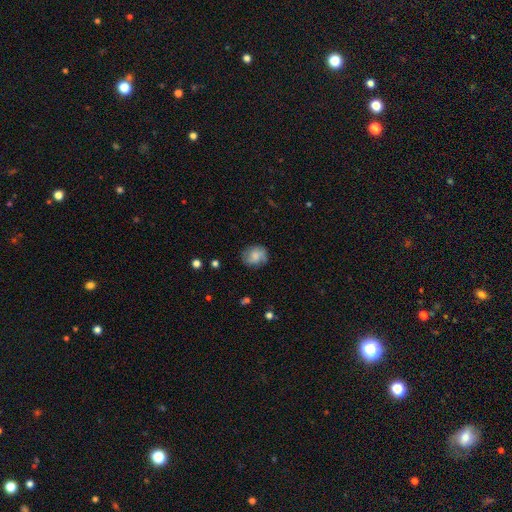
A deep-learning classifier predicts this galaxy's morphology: A smooth galaxy with no disk features (66%) that is round (66%).

Vote fractions:
- Smooth or featured? smooth: 66% / featured or disk: 26% / star or artifact: 9%
- How rounded? round: 66% / in between: 33% / cigar-shaped: 1%
- Merging? none: 71% / minor disturbance: 21% / major disturbance: 7% / merger: 1%